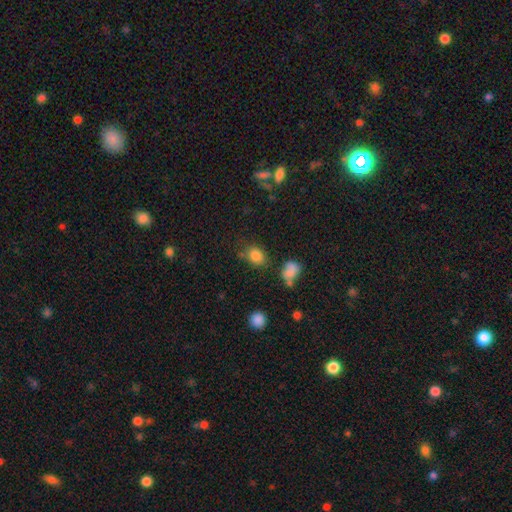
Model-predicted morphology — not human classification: This is clearly a smooth galaxy (81%). How rounded: possibly in between (58%). Merging: likely none (70%).